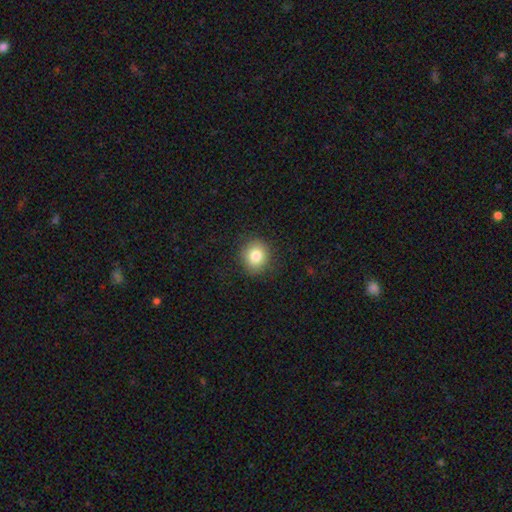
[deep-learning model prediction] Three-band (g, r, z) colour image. It shows a smooth galaxy with no disk features (82%) that is round (78%). Merging: none (87%).